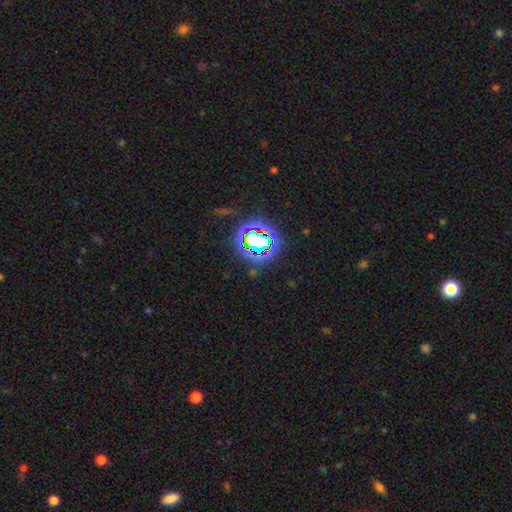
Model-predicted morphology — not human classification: smooth_or_featured: star or artifact (p=0.77) [alt: smooth p=0.14]